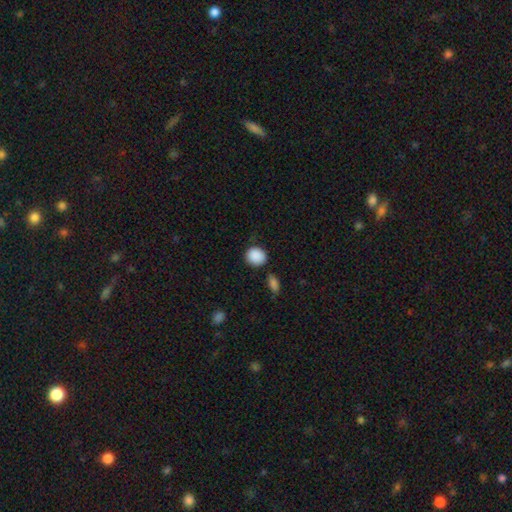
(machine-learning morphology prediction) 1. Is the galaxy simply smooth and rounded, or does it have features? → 90% smooth, 7% star or artifact, 3% featured or disk.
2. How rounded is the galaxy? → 75% round, 24% in between, 1% cigar-shaped.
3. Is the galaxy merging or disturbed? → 78% none, 14% minor disturbance, 5% merger, 4% major disturbance.